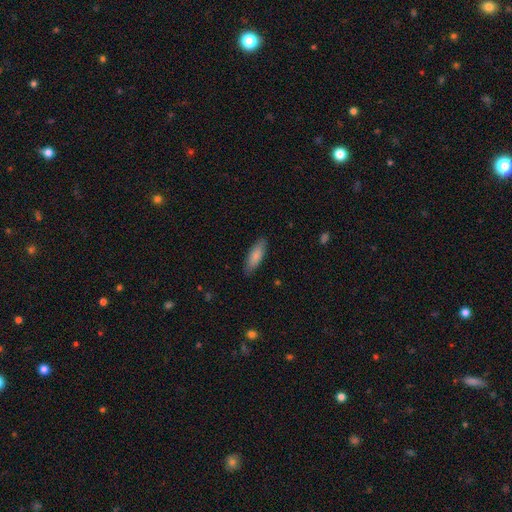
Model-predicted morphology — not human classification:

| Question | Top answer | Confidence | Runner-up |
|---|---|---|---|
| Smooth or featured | smooth | 83% | featured or disk (12%) |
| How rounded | in between | 54% | cigar-shaped (45%) |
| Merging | none | 86% | minor disturbance (11%) |